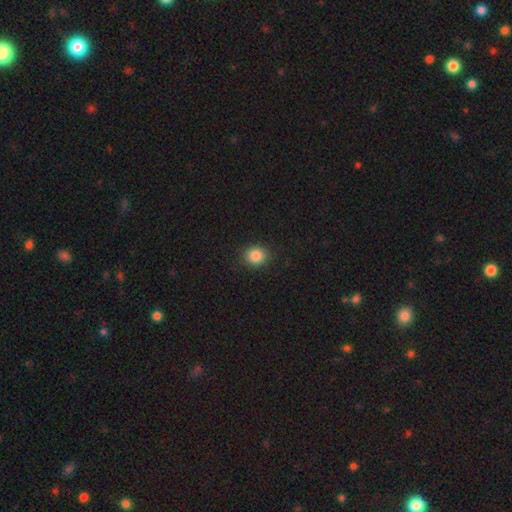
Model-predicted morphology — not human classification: smooth-or-featured: smooth: 86% | star or artifact: 10% | featured or disk: 4%
  how-rounded: round: 81% | in between: 18% | cigar-shaped: 1%
  merging: none: 89% | minor disturbance: 8% | major disturbance: 2% | merger: 1%